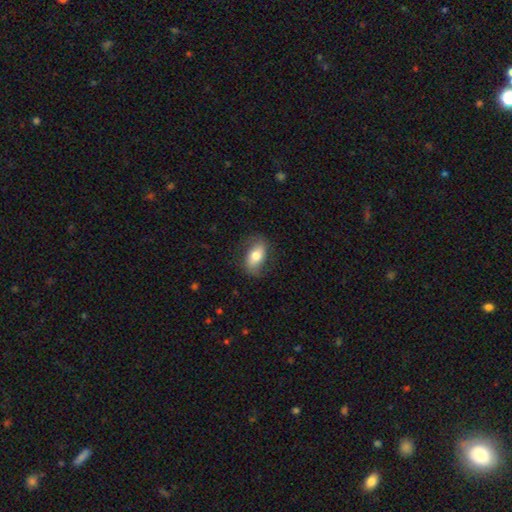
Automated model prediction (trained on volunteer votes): Q: Smooth or featured?
A: smooth (61%); runner-up: featured or disk (33%)
Q: How rounded?
A: in between (88%); runner-up: round (8%)
Q: Merging?
A: none (77%); runner-up: minor disturbance (16%)